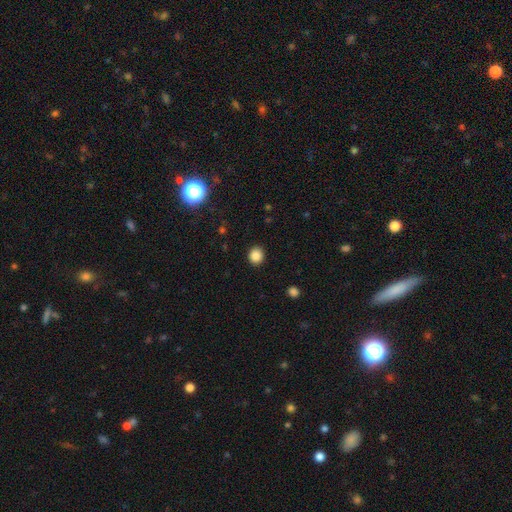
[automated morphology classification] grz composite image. It shows a smooth galaxy with no disk features (87%) that is round (83%). Merging: none (91%).